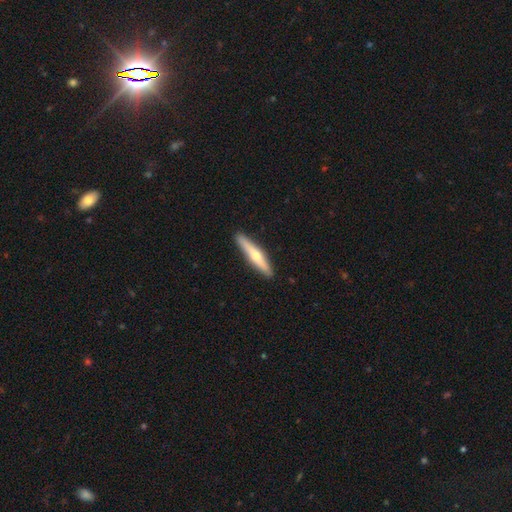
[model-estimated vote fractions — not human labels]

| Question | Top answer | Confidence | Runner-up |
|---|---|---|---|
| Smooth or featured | featured or disk | 51% | smooth (44%) |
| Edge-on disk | yes | 95% | no (5%) |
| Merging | none | 91% | minor disturbance (7%) |